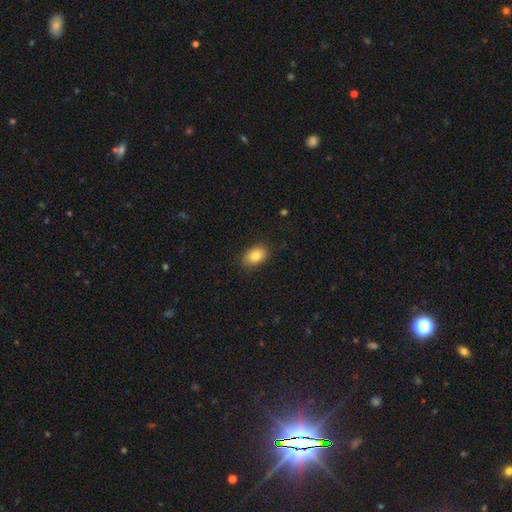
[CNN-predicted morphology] type=smooth (82%); roundness=in between (82%); merging=none (84%).